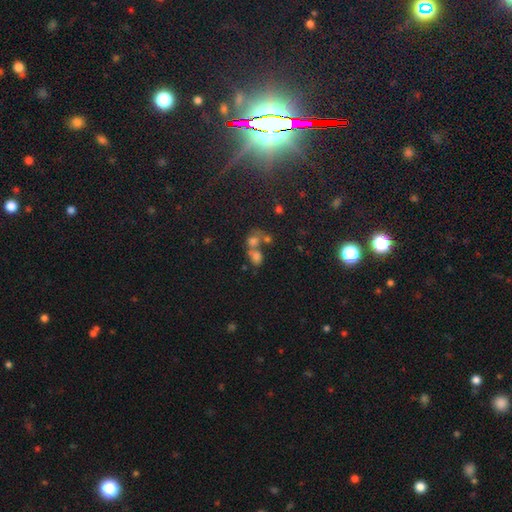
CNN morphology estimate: Smooth or featured? Predicted: smooth (p=0.66). How rounded? Predicted: in between (p=0.52). Merging? Predicted: merger (p=0.56).